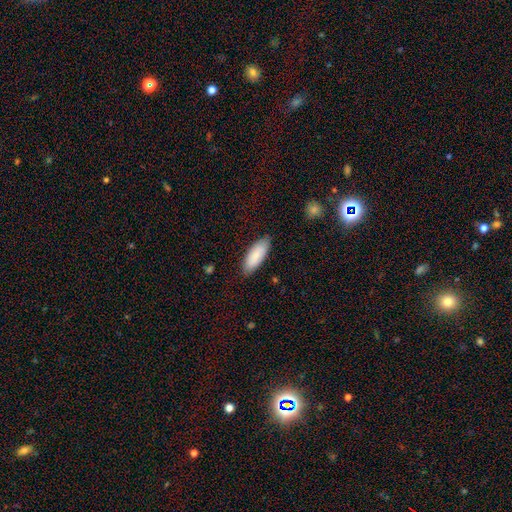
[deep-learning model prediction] smooth-or-featured: smooth: 87% | featured or disk: 8% | star or artifact: 5%
  how-rounded: in between: 74% | cigar-shaped: 24% | round: 1%
  merging: none: 84% | minor disturbance: 12% | major disturbance: 2% | merger: 1%